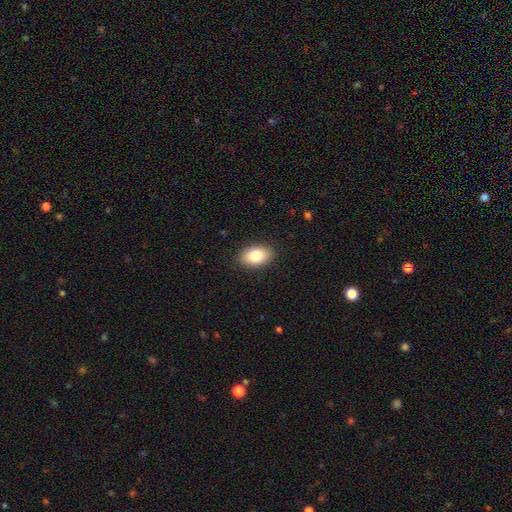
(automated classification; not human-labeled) Q: Smooth or featured?
A: smooth (82%); runner-up: featured or disk (10%)
Q: How rounded?
A: in between (90%); runner-up: round (8%)
Q: Merging?
A: none (89%); runner-up: minor disturbance (8%)